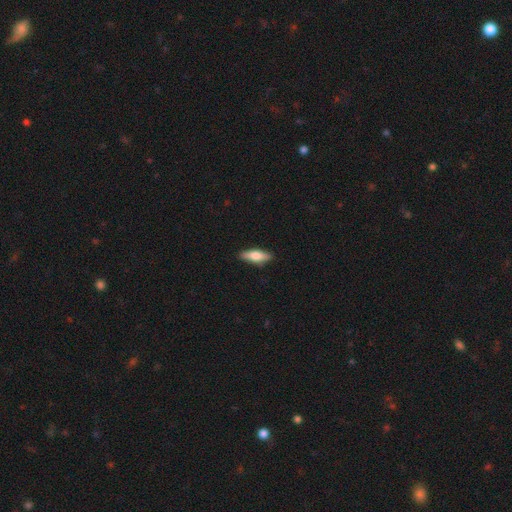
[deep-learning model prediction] Q: Smooth or featured?
A: smooth (66%); runner-up: featured or disk (28%)
Q: How rounded?
A: in between (51%); runner-up: cigar-shaped (47%)
Q: Merging?
A: none (88%); runner-up: minor disturbance (9%)